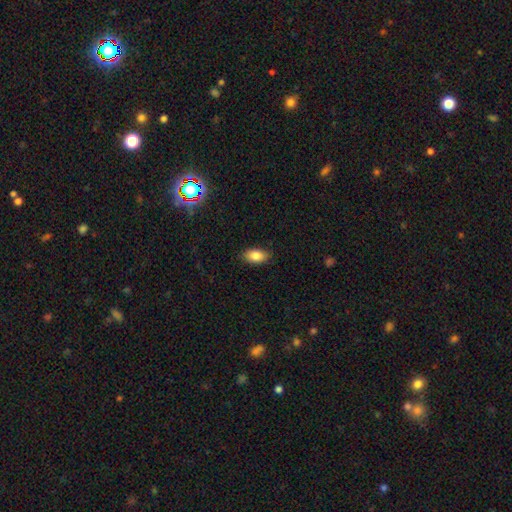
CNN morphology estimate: Overall: smooth (85%). How rounded: in between (91%). Merging: none (86%).